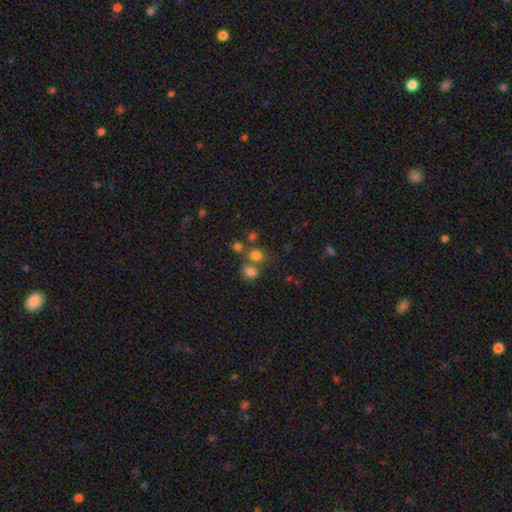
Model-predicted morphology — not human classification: Smooth or featured: smooth — 74% (star or artifact — 17%)
How rounded: round — 67% (in between — 32%)
Merging: none — 52% (merger — 34%)